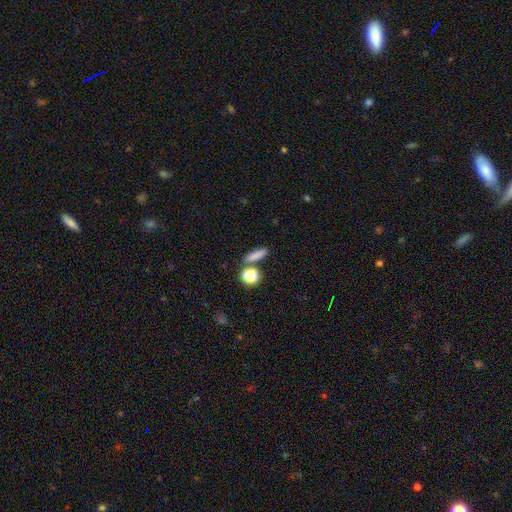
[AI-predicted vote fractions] This is likely a smooth galaxy (80%). How rounded: possibly cigar-shaped (52%). Merging: likely none (73%).